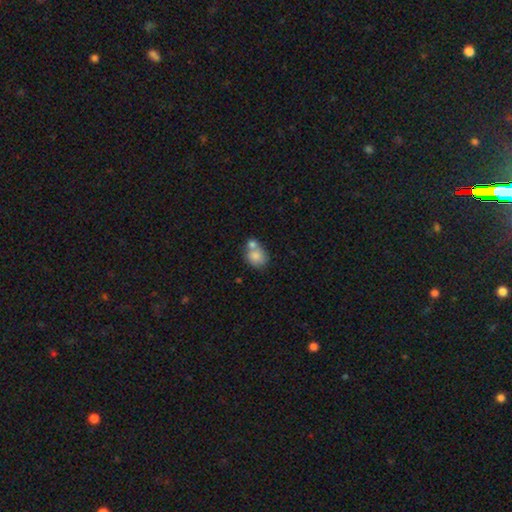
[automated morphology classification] smooth 80%, featured or disk 12%, star or artifact 8%. Down the decision tree: how rounded — round (58%); merging — merger (44%).